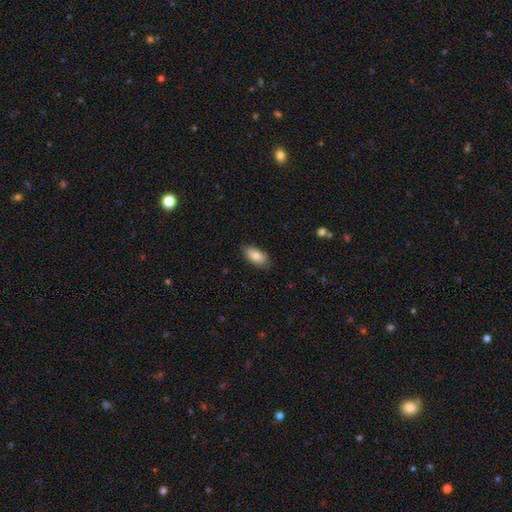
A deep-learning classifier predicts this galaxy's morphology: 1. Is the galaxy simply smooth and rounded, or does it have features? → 83% smooth, 10% featured or disk, 7% star or artifact.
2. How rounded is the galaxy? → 91% in between, 6% cigar-shaped, 3% round.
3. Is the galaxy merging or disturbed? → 84% none, 13% minor disturbance, 2% major disturbance, 1% merger.